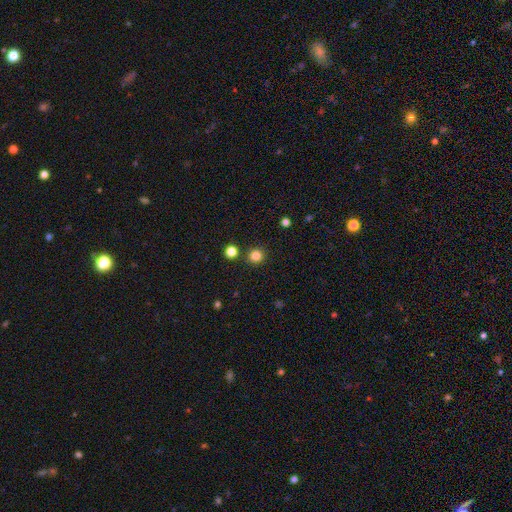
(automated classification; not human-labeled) Q: Smooth or featured?
A: smooth (82%); runner-up: star or artifact (14%)
Q: How rounded?
A: round (93%); runner-up: in between (6%)
Q: Merging?
A: none (88%); runner-up: minor disturbance (5%)